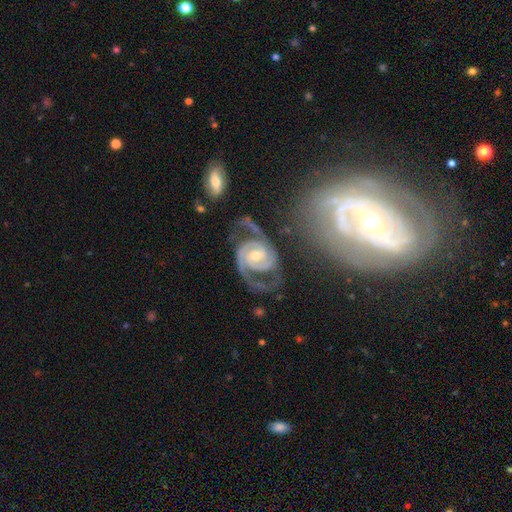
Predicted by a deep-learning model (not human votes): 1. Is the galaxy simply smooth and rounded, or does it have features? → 93% featured or disk, 4% star or artifact, 3% smooth.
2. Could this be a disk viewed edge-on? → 98% no, 2% yes.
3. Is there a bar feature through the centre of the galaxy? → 42% weak, 39% no, 20% strong.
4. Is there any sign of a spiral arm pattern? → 98% yes, 2% no.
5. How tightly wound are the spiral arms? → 47% medium, 42% tight, 11% loose.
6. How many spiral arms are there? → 83% 2, 8% 3, 3% can't tell, 2% 1, 2% 4, 2% more than 4.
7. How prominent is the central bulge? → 60% moderate, 35% small, 3% large, 1% none, 1% dominant.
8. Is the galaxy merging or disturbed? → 59% none, 19% minor disturbance, 17% major disturbance, 5% merger.